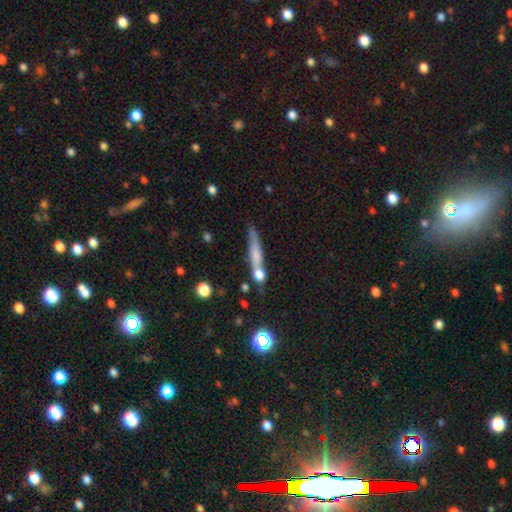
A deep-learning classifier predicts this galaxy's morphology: A smooth galaxy with no disk features (56%) that is cigar-shaped (84%). Merging: none (57%).